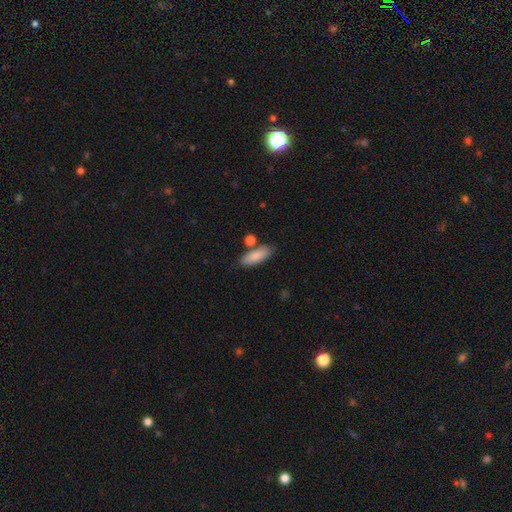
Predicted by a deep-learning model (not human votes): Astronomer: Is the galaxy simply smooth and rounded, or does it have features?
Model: smooth — 86%.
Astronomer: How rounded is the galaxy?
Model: in between — 70%.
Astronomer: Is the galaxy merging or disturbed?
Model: none — 72%.